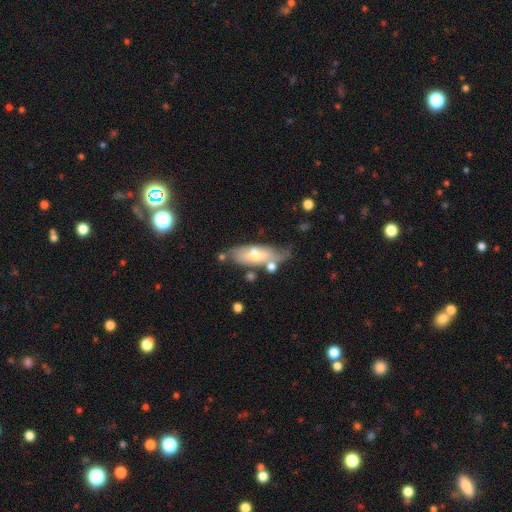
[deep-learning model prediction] smooth 46% (tied), featured or disk 46% (tied), star or artifact 8%. Down the decision tree: merging — none (52%).